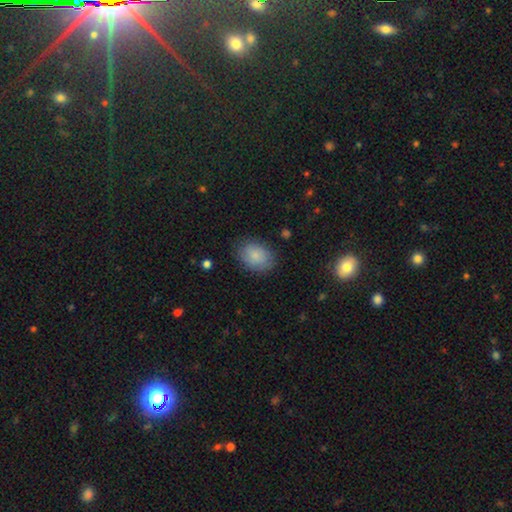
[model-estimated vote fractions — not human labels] smooth 84%, featured or disk 9%, star or artifact 7%. Down the decision tree: how rounded — in between (72%); merging — none (82%).